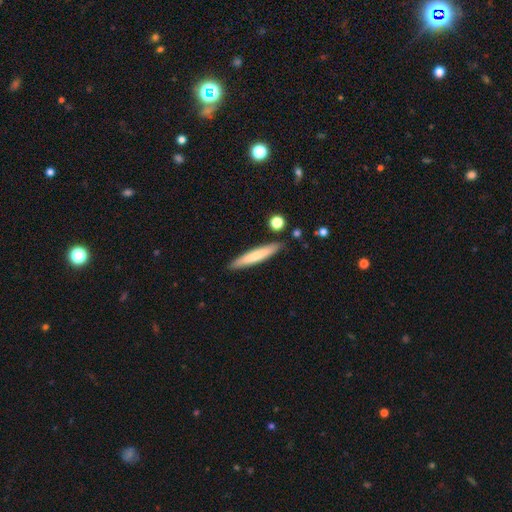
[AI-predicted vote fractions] Smooth or featured? smooth (69%)
How rounded? cigar-shaped (91%)
Merging? none (87%)